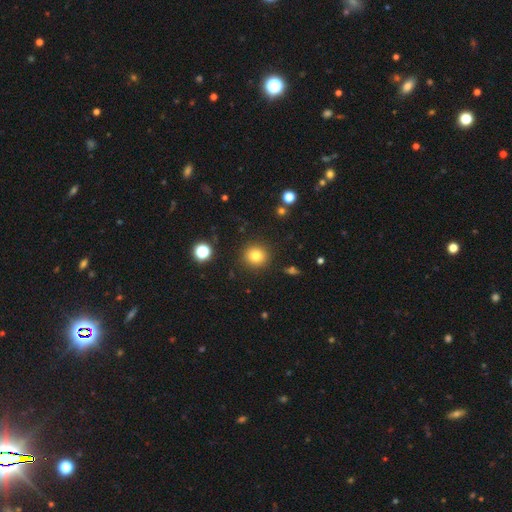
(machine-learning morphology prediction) The model was most divided on "smooth or featured": smooth: 80%, star or artifact: 12%, featured or disk: 7%. More confident: how rounded — round (91%); merging — none (90%).